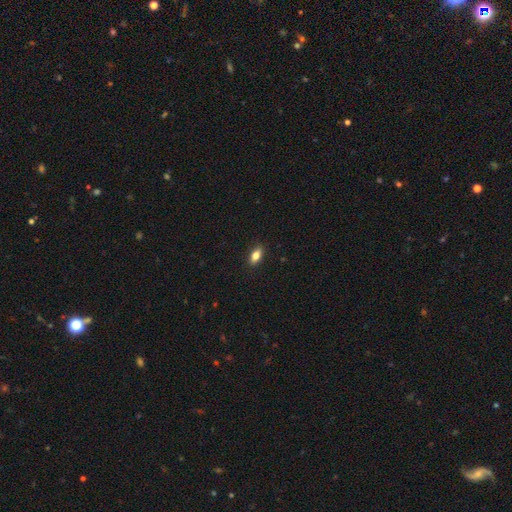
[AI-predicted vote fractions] Smooth or featured? smooth (82%)
How rounded? in between (86%)
Merging? none (89%)